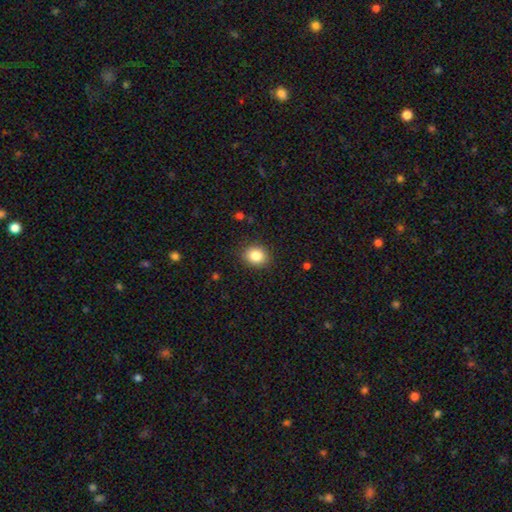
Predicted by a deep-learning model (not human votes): Overall: smooth (84%). How rounded: round (62%; in between 37%). Merging: none (89%).